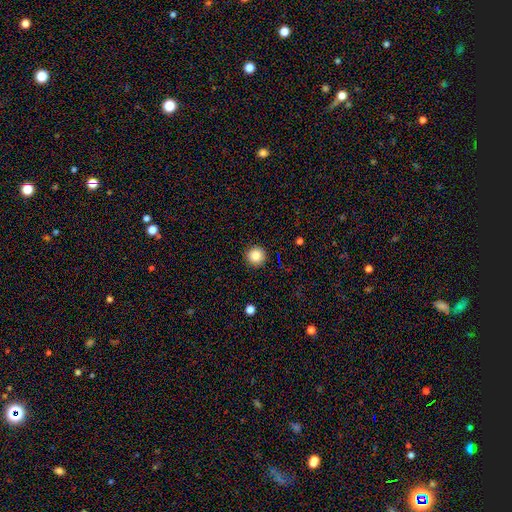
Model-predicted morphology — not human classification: This is clearly a smooth galaxy (86%). How rounded: clearly round (96%). Merging: clearly none (92%).